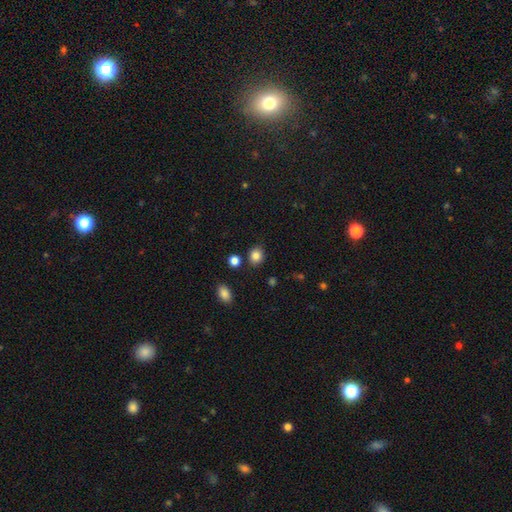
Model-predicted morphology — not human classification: smooth 85%, star or artifact 11%, featured or disk 4%. Down the decision tree: how rounded — round (73%); merging — none (83%).